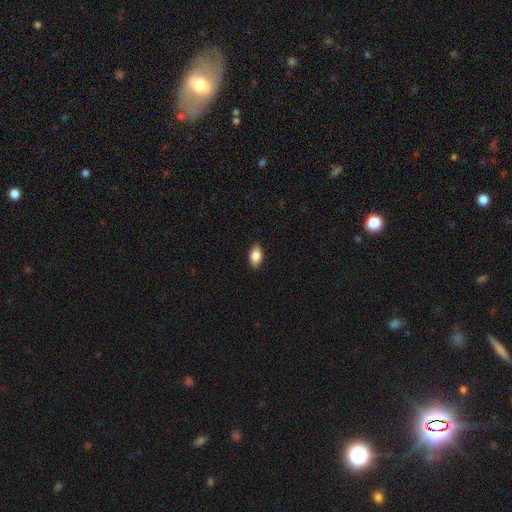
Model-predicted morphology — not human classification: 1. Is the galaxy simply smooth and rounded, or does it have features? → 84% smooth, 9% featured or disk, 7% star or artifact.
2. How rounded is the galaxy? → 90% in between, 6% round, 4% cigar-shaped.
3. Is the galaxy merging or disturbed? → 86% none, 11% minor disturbance, 2% major disturbance, 1% merger.